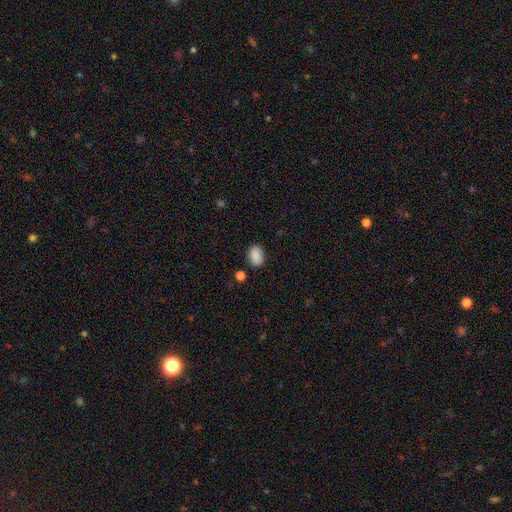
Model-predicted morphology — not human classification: Smooth or featured? smooth (88%)
How rounded? in between (80%)
Merging? none (83%)